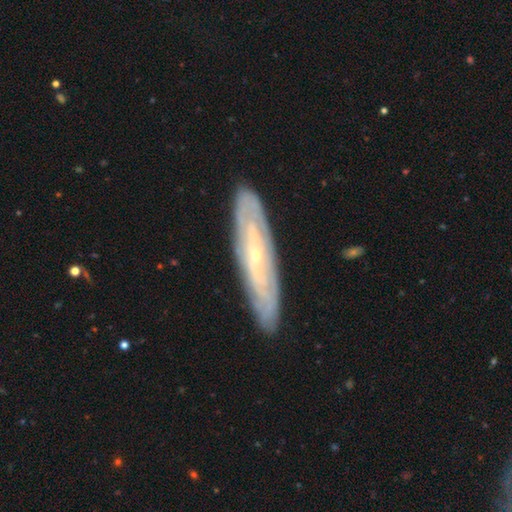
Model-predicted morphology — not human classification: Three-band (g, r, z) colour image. It shows a featured or disk galaxy (76%). Merging: none (88%).